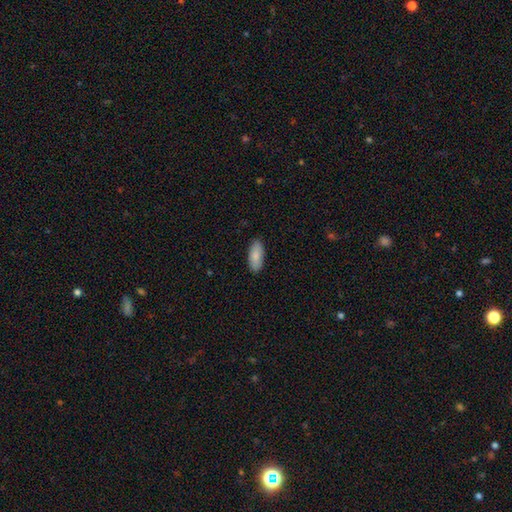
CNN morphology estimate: This is clearly a smooth galaxy (87%). How rounded: clearly in between (84%). Merging: clearly none (89%).